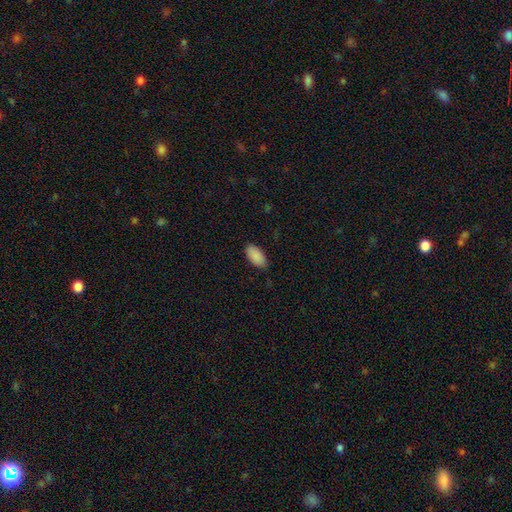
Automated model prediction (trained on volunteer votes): smooth_or_featured: smooth (p=0.89) [alt: star or artifact p=0.06]
how_rounded: in between (p=0.95) [alt: cigar-shaped p=0.03]
merging: none (p=0.84) [alt: minor disturbance p=0.13]